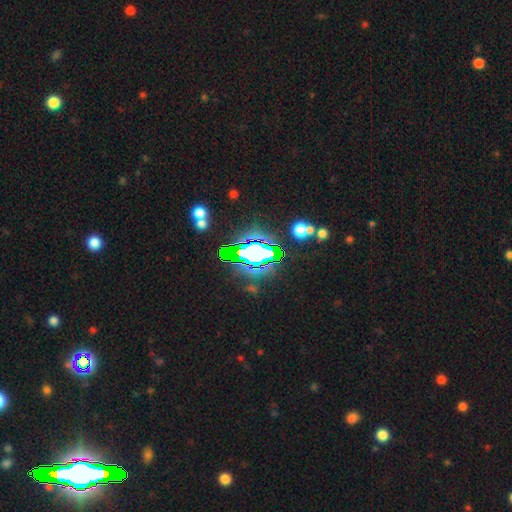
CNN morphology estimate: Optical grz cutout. It shows a star or artifact, not a galaxy (82%).